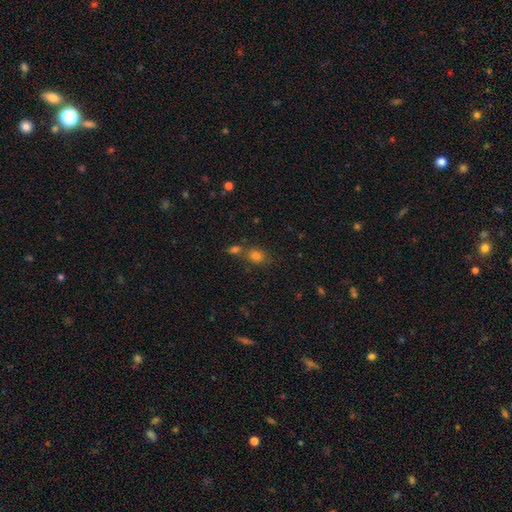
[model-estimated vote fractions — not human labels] Overall: smooth (69%). How rounded: round (57%; in between 41%). Merging: none (63%).